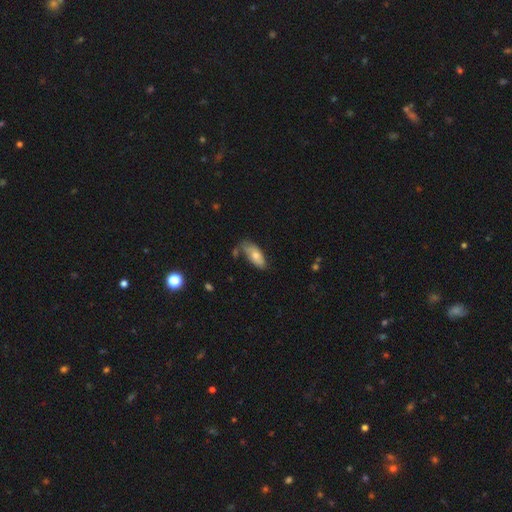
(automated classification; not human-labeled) smooth-or-featured: smooth: 72% | featured or disk: 21% | star or artifact: 7%
  how-rounded: in between: 87% | cigar-shaped: 10% | round: 2%
  merging: none: 51% | minor disturbance: 30% | major disturbance: 10% | merger: 9%